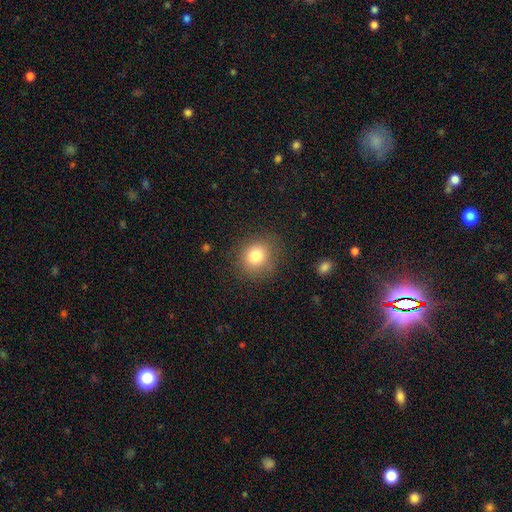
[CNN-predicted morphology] This is likely a smooth galaxy (80%). How rounded: clearly round (82%). Merging: clearly none (83%).